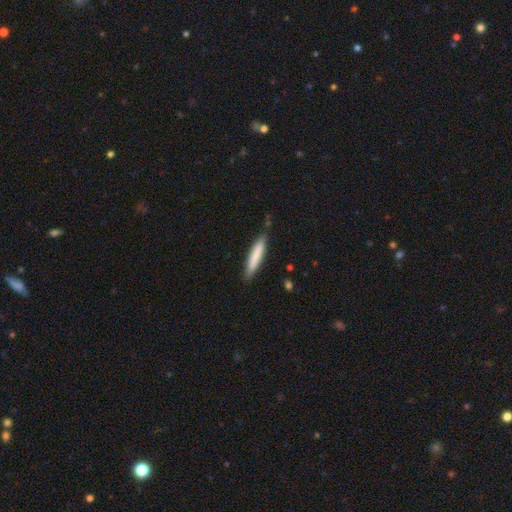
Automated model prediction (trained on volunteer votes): Overall: smooth (78%). How rounded: cigar-shaped (90%). Merging: none (84%).